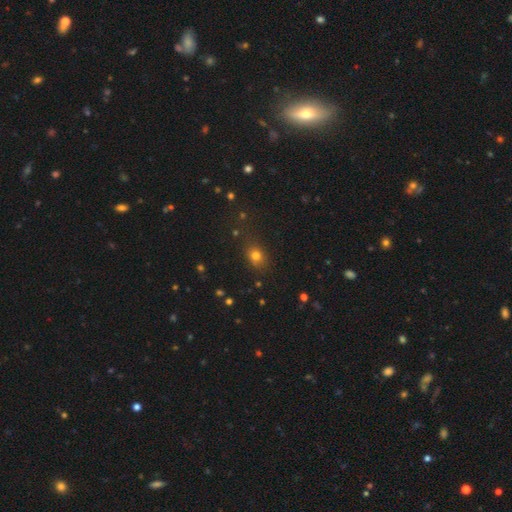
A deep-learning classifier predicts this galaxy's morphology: The model was most divided on "how rounded": round: 56%, in between: 42%, cigar-shaped: 2%. More confident: merging — none (78%); smooth or featured — smooth (74%).